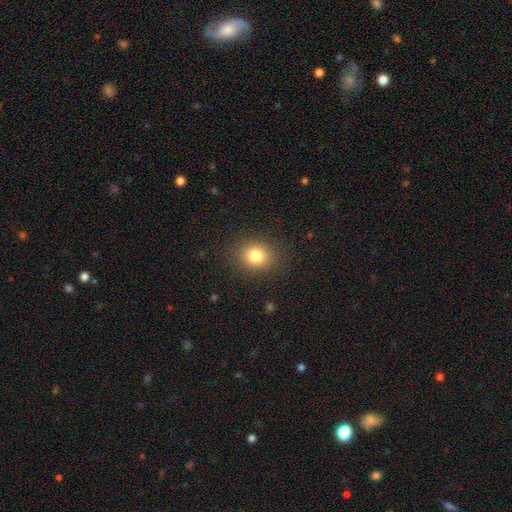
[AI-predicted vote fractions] Overall: smooth (80%). How rounded: round (72%). Merging: none (88%).